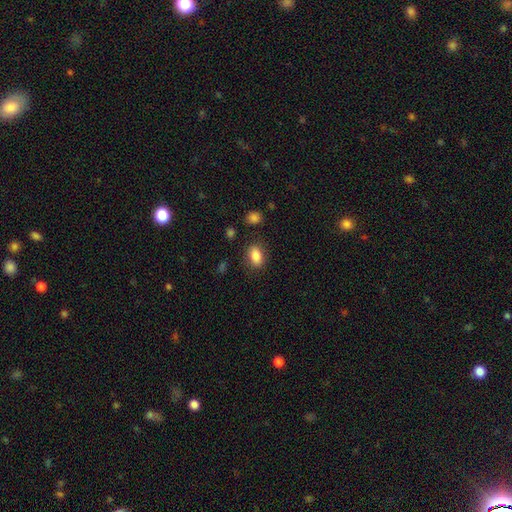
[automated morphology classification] This is clearly a smooth galaxy (86%). How rounded: clearly in between (83%). Merging: clearly none (82%).